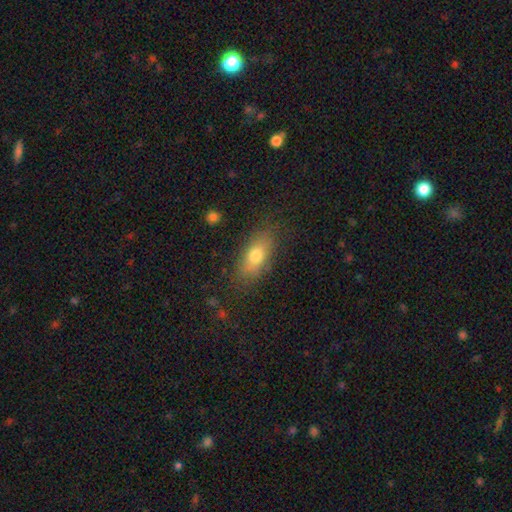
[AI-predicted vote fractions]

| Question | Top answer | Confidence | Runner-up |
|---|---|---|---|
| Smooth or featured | smooth | 73% | featured or disk (18%) |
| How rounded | in between | 79% | cigar-shaped (15%) |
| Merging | none | 81% | minor disturbance (13%) |